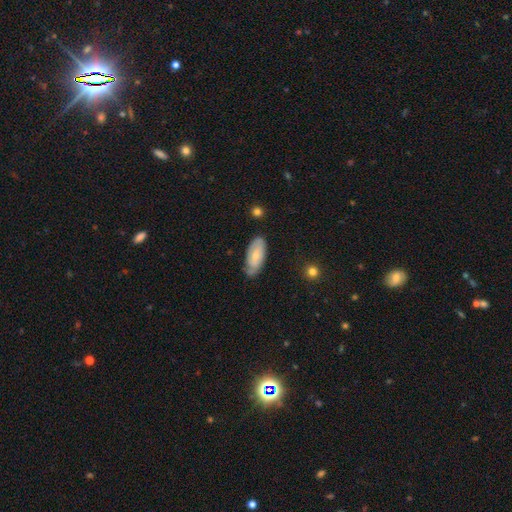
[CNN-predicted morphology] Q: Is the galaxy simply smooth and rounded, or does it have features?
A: smooth — 53%.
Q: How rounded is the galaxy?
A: in between — 87%.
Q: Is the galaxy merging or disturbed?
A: none — 65%.